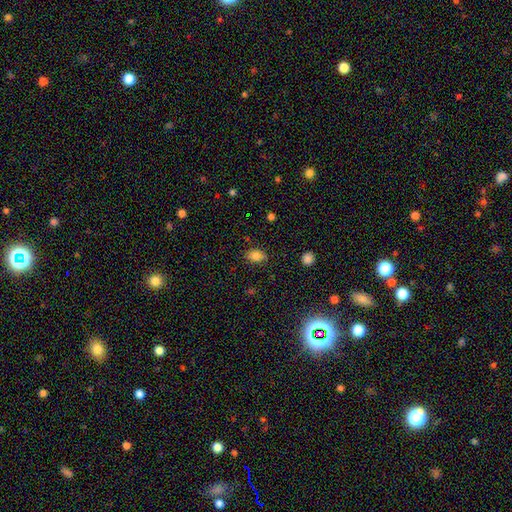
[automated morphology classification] The model was most divided on "how rounded": in between: 75%, round: 23%, cigar-shaped: 1%. More confident: smooth or featured — smooth (83%); merging — none (79%).